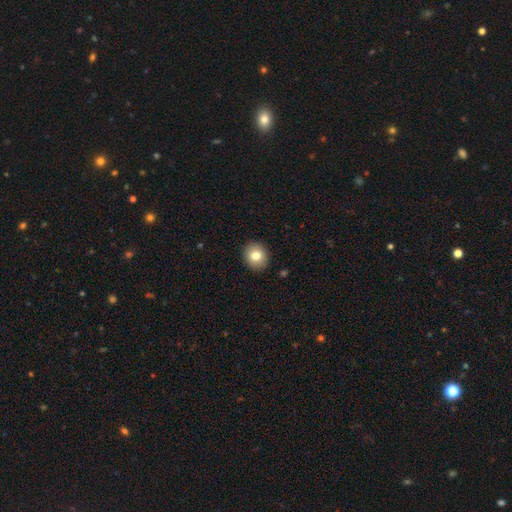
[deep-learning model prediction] Smooth or featured?
  - smooth: 80% *
  - featured or disk: 11%
  - star or artifact: 9%
How rounded?
  - round: 78% *
  - in between: 22%
  - cigar-shaped: 1%
Merging?
  - none: 91% *
  - minor disturbance: 6%
  - major disturbance: 2%
  - merger: 1%